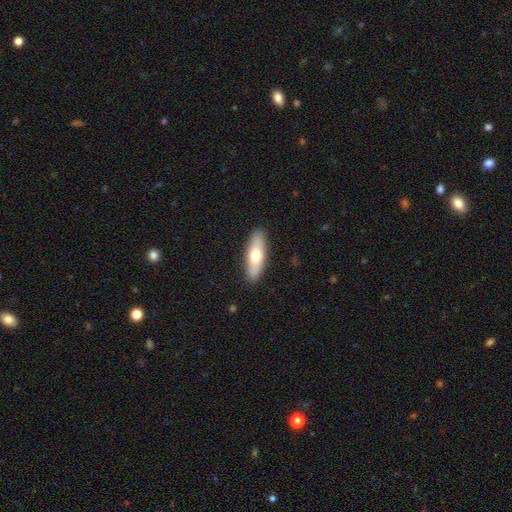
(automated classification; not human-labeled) This appears to be a smooth galaxy with no disk features (64%) that is in between round and cigar-shaped (56%). Merging: none (89%).